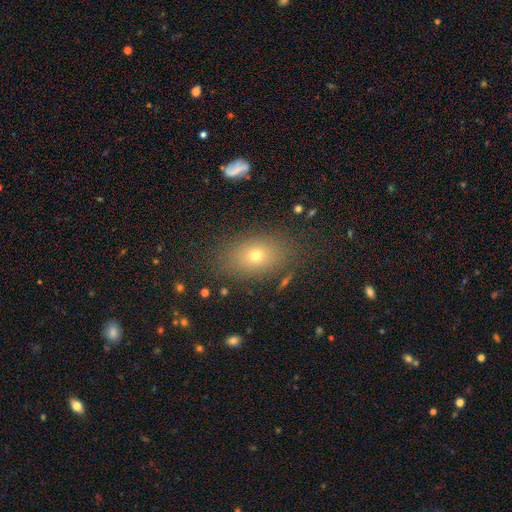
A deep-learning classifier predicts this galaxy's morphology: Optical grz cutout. It shows a smooth galaxy with no disk features (68%) that is in between round and cigar-shaped (78%). Merging: none (83%).